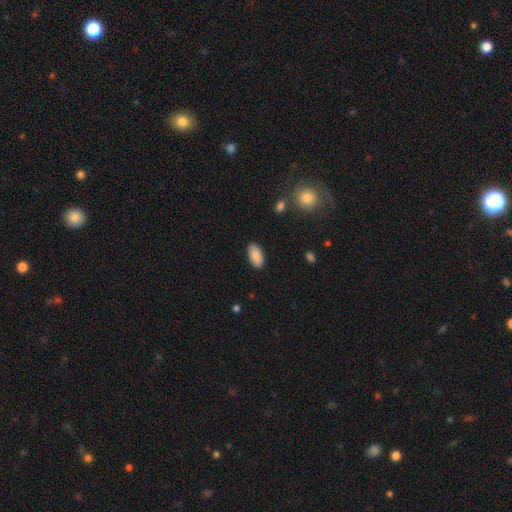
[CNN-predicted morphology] type=smooth (89%); roundness=in between (94%); merging=none (89%).